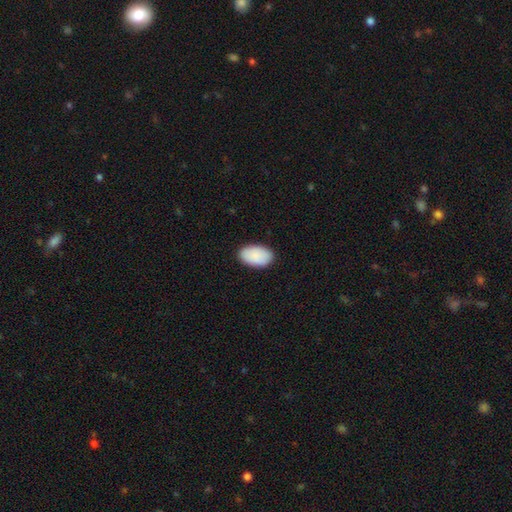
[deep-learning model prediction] Smooth or featured?
  - smooth: 90% *
  - star or artifact: 6%
  - featured or disk: 4%
How rounded?
  - in between: 94% *
  - round: 5%
  - cigar-shaped: 1%
Merging?
  - none: 88% *
  - minor disturbance: 9%
  - major disturbance: 2%
  - merger: 1%